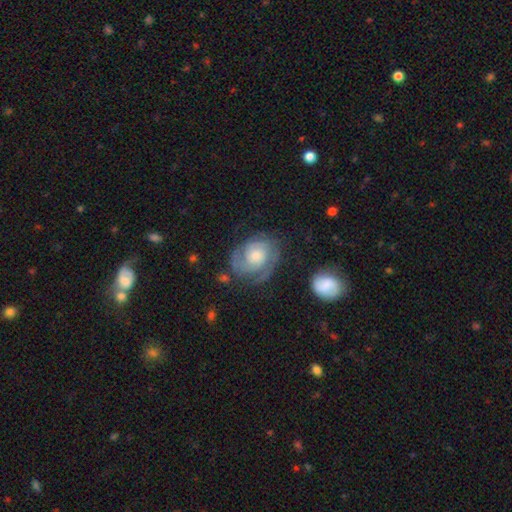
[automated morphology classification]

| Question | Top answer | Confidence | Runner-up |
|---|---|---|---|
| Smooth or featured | featured or disk | 81% | smooth (13%) |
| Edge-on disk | no | 97% | yes (3%) |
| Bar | no | 70% | weak (25%) |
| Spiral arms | yes | 95% | no (5%) |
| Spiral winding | tight | 62% | medium (31%) |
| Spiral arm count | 2 | 62% | can't tell (16%) |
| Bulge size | moderate | 55% | small (27%) |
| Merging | none | 69% | minor disturbance (19%) |